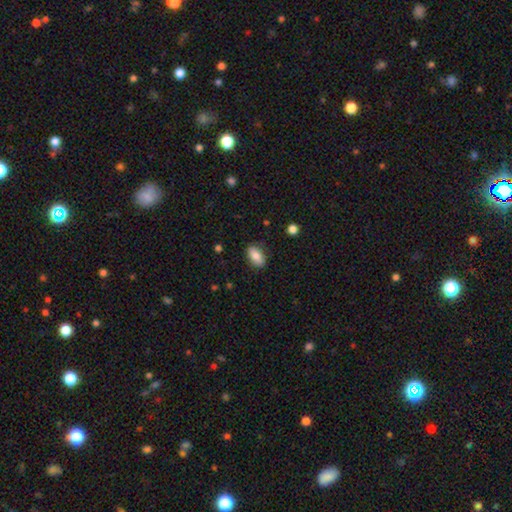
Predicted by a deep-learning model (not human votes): smooth-or-featured: smooth: 84% | featured or disk: 8% | star or artifact: 7%
  how-rounded: in between: 90% | cigar-shaped: 6% | round: 5%
  merging: none: 85% | minor disturbance: 12% | major disturbance: 3% | merger: 1%